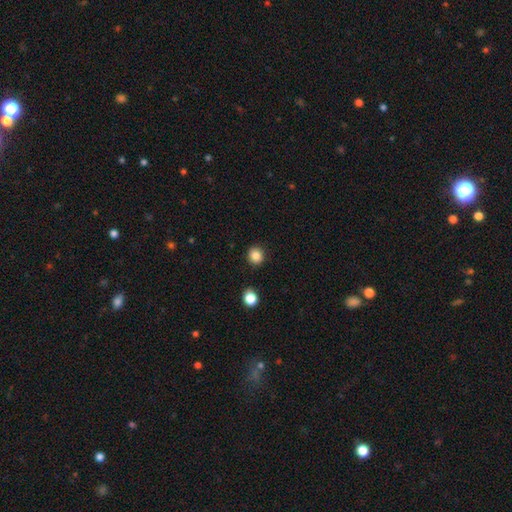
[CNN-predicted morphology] smooth 85%, star or artifact 11%, featured or disk 5%. Down the decision tree: how rounded — round (87%); merging — none (90%).